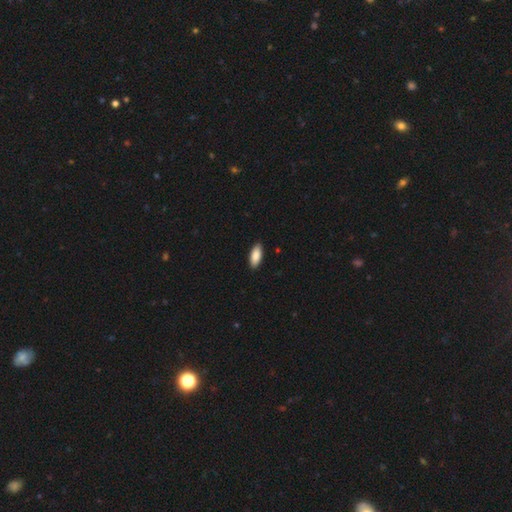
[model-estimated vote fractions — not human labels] Smooth or featured? Predicted: smooth (p=0.87). How rounded? Predicted: in between (p=0.85). Merging? Predicted: none (p=0.90).